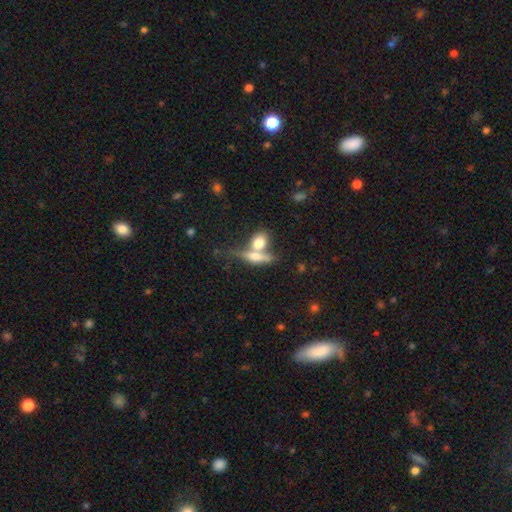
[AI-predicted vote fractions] Smooth or featured? Predicted: smooth (p=0.57). How rounded? Predicted: in between (p=0.45). Merging? Predicted: merger (p=0.51).